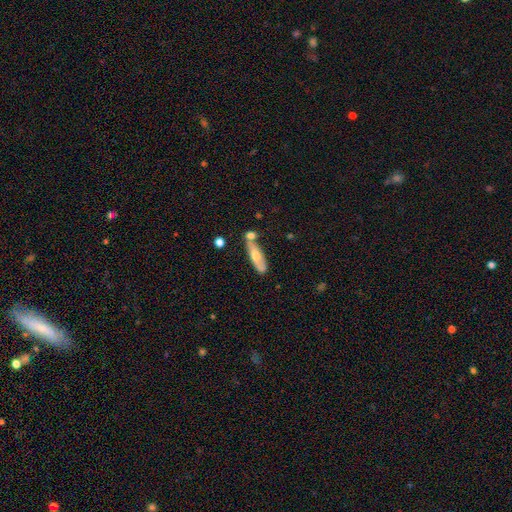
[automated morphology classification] A smooth galaxy with no disk features (53%) that is cigar-shaped (55%).

Vote fractions:
- Smooth or featured? smooth: 53% / featured or disk: 41% / star or artifact: 6%
- How rounded? cigar-shaped: 55% / in between: 43% / round: 3%
- Merging? none: 62% / merger: 17% / minor disturbance: 17% / major disturbance: 4%